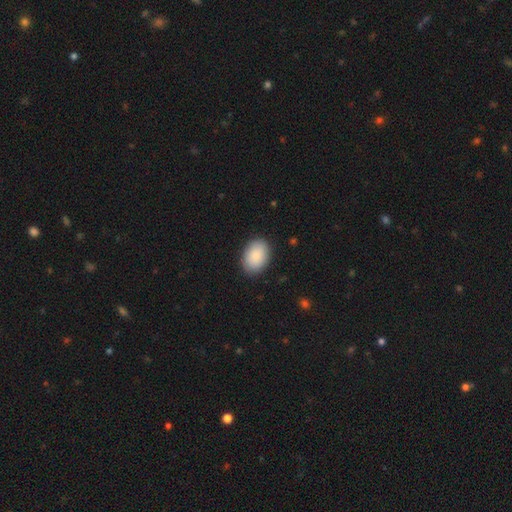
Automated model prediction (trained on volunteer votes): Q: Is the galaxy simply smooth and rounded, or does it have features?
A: smooth — 90%.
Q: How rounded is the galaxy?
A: in between — 85%.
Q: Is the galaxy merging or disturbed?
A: none — 88%.